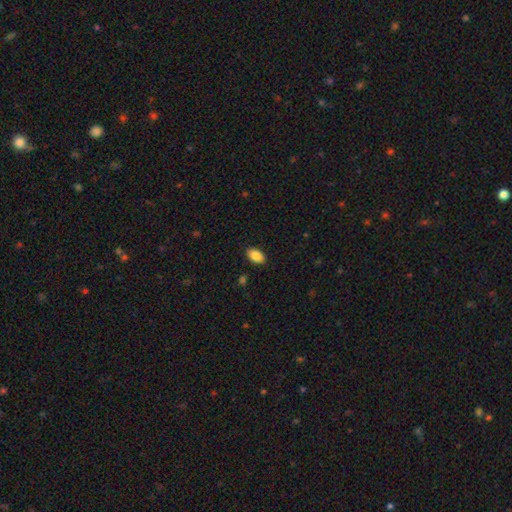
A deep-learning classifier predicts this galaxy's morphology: This is clearly a smooth galaxy (87%). How rounded: clearly in between (93%). Merging: clearly none (88%).